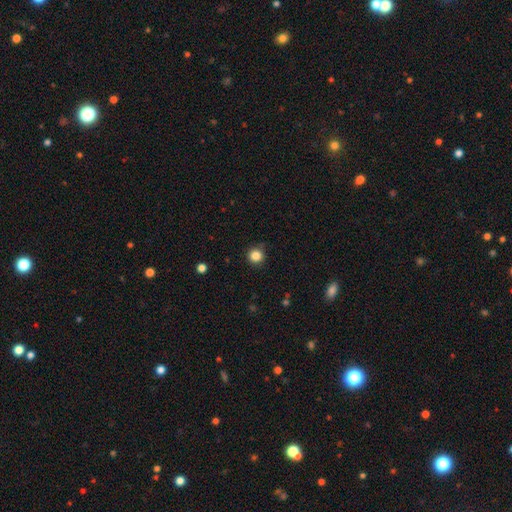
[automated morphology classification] Smooth or featured: smooth — 84% (star or artifact — 12%)
How rounded: round — 95% (in between — 4%)
Merging: none — 86% (minor disturbance — 10%)